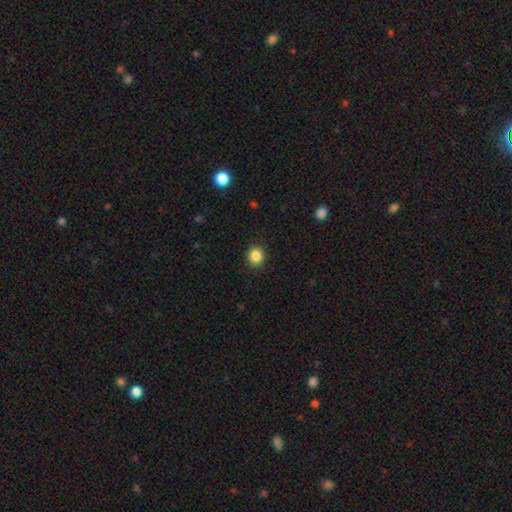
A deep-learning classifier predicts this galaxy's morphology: smooth_or_featured: smooth (p=0.86) [alt: star or artifact p=0.10]
how_rounded: round (p=0.79) [alt: in between p=0.20]
merging: none (p=0.91) [alt: minor disturbance p=0.06]